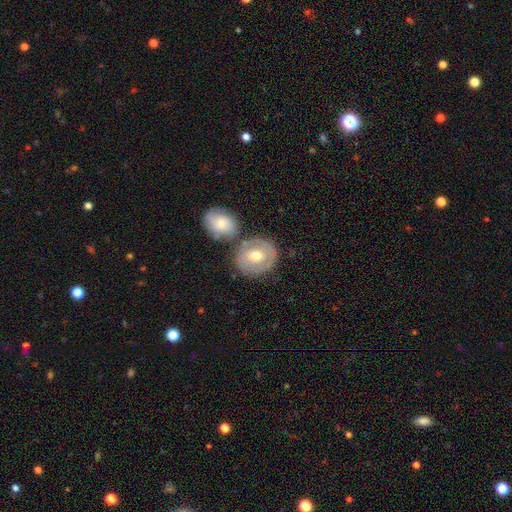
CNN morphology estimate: This appears to be a smooth galaxy with no disk features (50%) that is round (76%). Merging: none (59%).